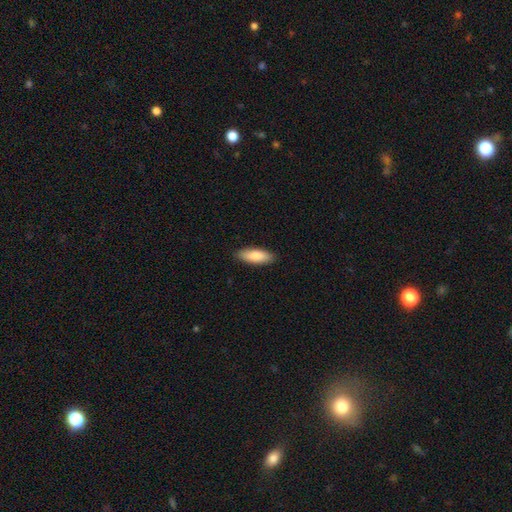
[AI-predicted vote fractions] Q: Smooth or featured?
A: smooth (85%); runner-up: featured or disk (10%)
Q: How rounded?
A: in between (65%); runner-up: cigar-shaped (33%)
Q: Merging?
A: none (88%); runner-up: minor disturbance (9%)